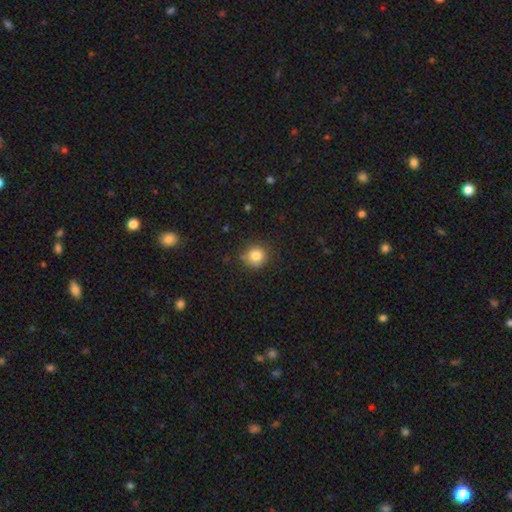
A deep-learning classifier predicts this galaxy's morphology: Smooth or featured?
  - smooth: 83% *
  - star or artifact: 11%
  - featured or disk: 6%
How rounded?
  - round: 90% *
  - in between: 10%
  - cigar-shaped: 1%
Merging?
  - none: 76% *
  - minor disturbance: 17%
  - major disturbance: 4%
  - merger: 3%